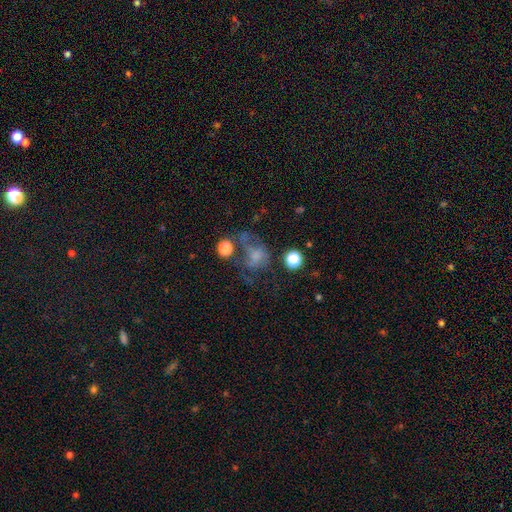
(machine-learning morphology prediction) The model was most divided on "how rounded": round: 50%, in between: 48%, cigar-shaped: 1%. Remaining: smooth or featured — smooth (52%); merging — major disturbance (42%).